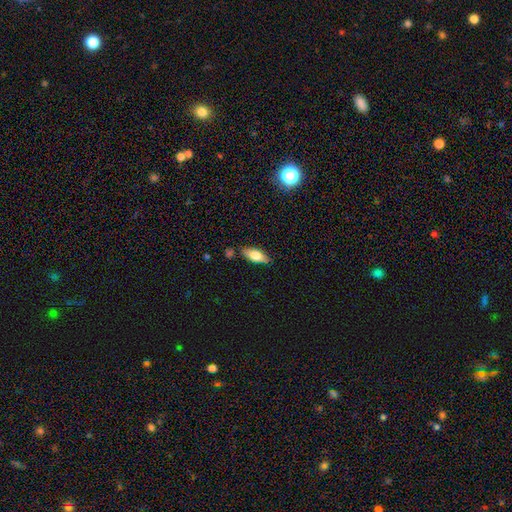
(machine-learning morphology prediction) Smooth or featured? Predicted: smooth (p=0.70). How rounded? Predicted: in between (p=0.78). Merging? Predicted: none (p=0.79).